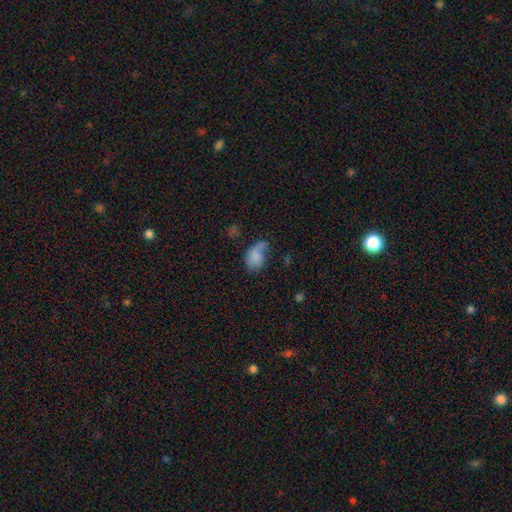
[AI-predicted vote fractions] smooth_or_featured: smooth (p=0.62) [alt: featured or disk p=0.27]
how_rounded: in between (p=0.78) [alt: round p=0.20]
merging: major disturbance (p=0.34) [alt: none p=0.29]